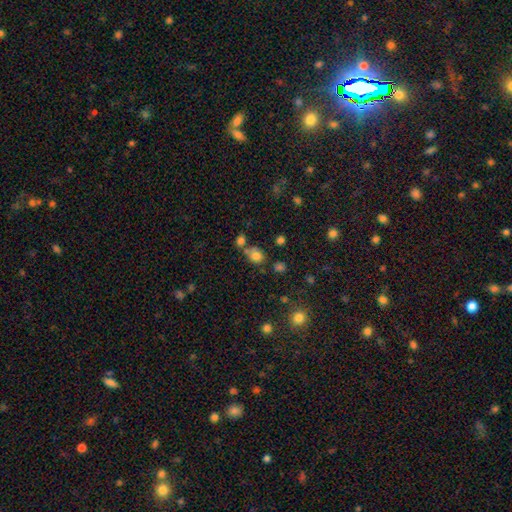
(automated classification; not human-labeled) The model was most divided on "how rounded": round: 64%, in between: 35%, cigar-shaped: 1%. More confident: smooth or featured — smooth (78%); merging — none (57%).